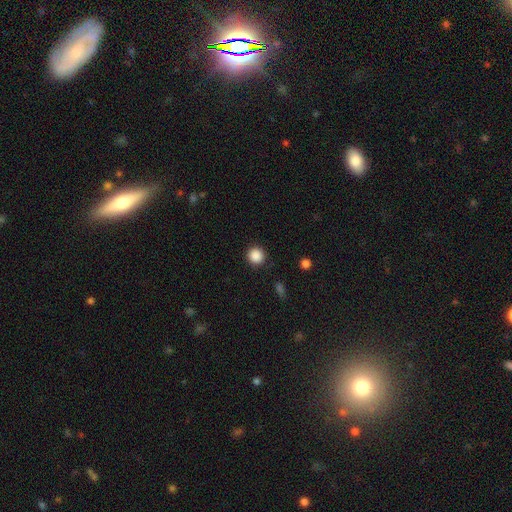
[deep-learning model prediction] Smooth or featured? smooth (87%)
How rounded? round (94%)
Merging? none (90%)